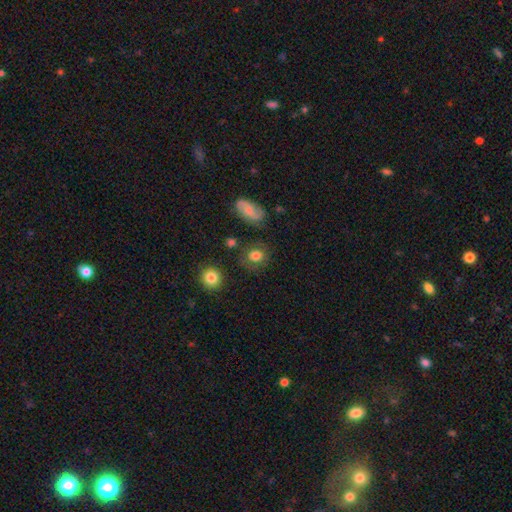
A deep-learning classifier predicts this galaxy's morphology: Smooth or featured: smooth — 74% (featured or disk — 15%)
How rounded: round — 74% (in between — 25%)
Merging: none — 74% (minor disturbance — 15%)